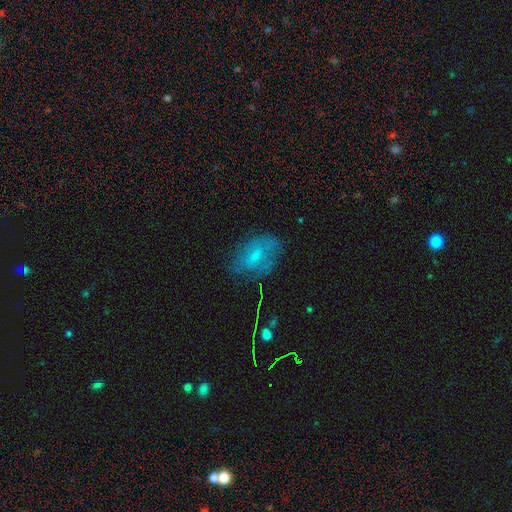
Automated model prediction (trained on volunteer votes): Q: Smooth or featured?
A: smooth (49%); runner-up: featured or disk (41%)
Q: Merging?
A: none (57%); runner-up: minor disturbance (25%)